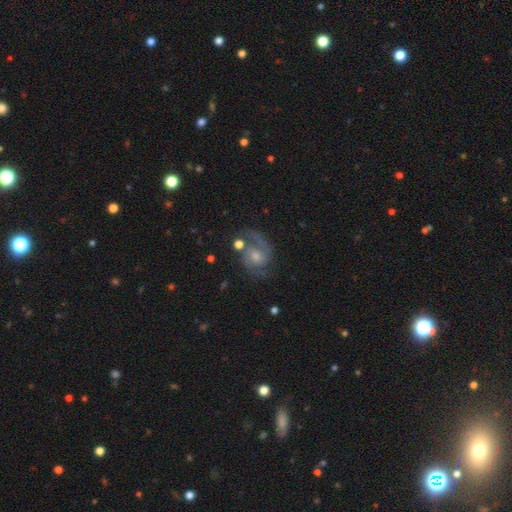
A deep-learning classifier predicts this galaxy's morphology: smooth_or_featured: featured or disk (p=0.84) [alt: smooth p=0.09]
disk_edge_on: no (p=0.98) [alt: yes p=0.02]
bar: no (p=0.60) [alt: weak p=0.35]
has_spiral_arms: yes (p=0.96) [alt: no p=0.04]
spiral_winding: medium (p=0.55) [alt: tight p=0.23]
spiral_arm_count: 2 (p=0.83) [alt: 1 p=0.08]
bulge_size: moderate (p=0.51) [alt: small p=0.37]
merging: none (p=0.65) [alt: minor disturbance p=0.16]